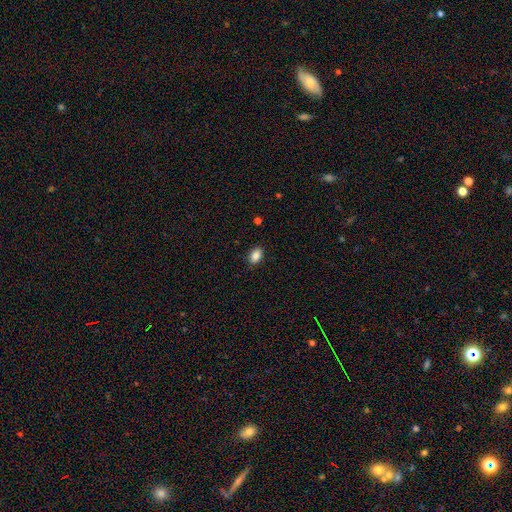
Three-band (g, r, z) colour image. It shows a smooth galaxy with no disk features (78%) that is in between round and cigar-shaped (94%). Merging: none (89%).